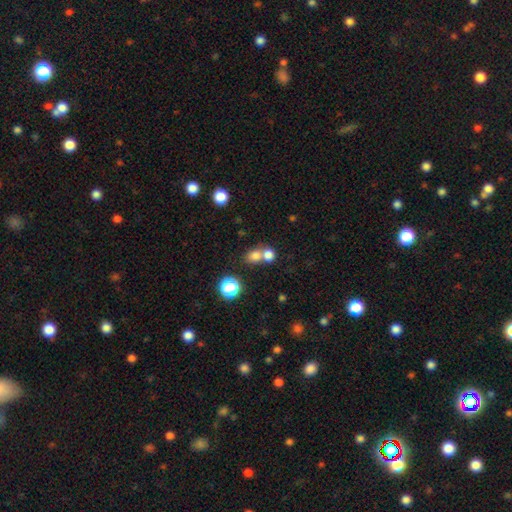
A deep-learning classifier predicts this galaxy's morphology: Smooth or featured? smooth (76%)
How rounded? round (66%)
Merging? merger (49%)